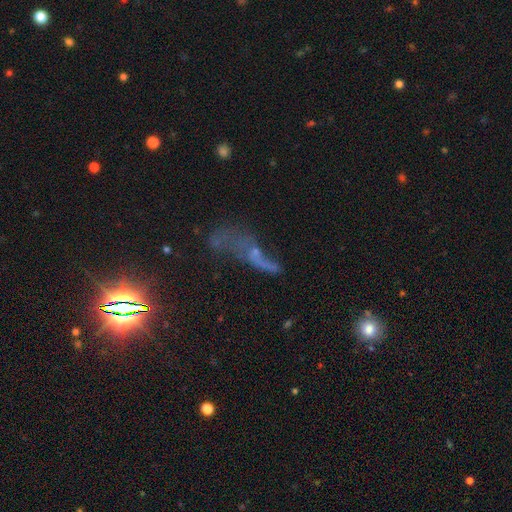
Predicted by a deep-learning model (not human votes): Morphology: type=featured or disk (45%); merging=major disturbance (40%).